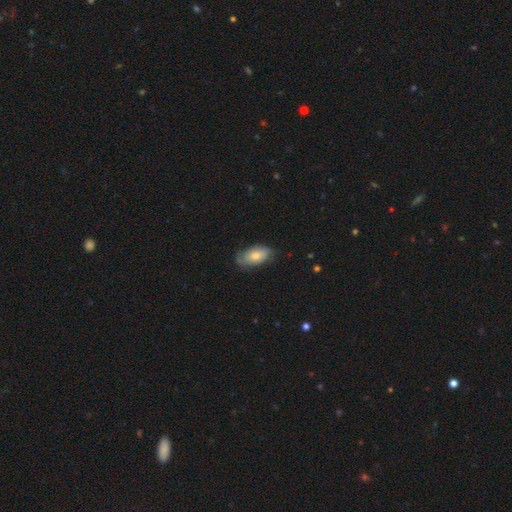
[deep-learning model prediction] Smooth or featured?
  - smooth: 64% *
  - featured or disk: 29%
  - star or artifact: 6%
How rounded?
  - in between: 92% *
  - round: 5%
  - cigar-shaped: 4%
Merging?
  - none: 61% *
  - minor disturbance: 29%
  - major disturbance: 8%
  - merger: 1%